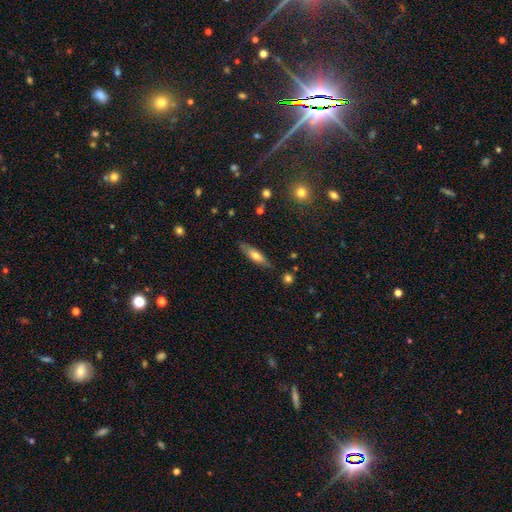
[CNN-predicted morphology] A smooth galaxy with no disk features (57%) that is cigar-shaped (65%). Merging: none (81%).